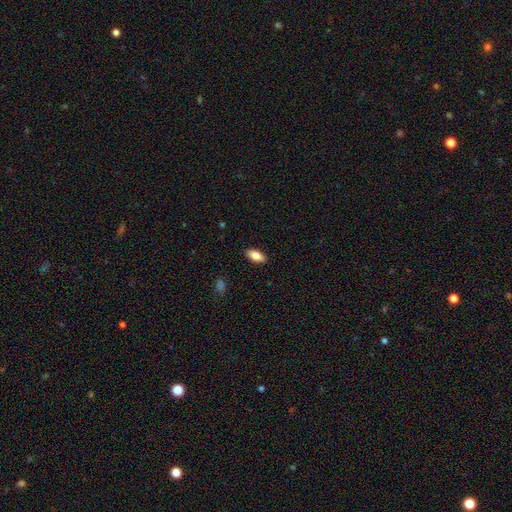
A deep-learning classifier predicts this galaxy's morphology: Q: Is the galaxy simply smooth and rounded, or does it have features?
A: smooth — 82%.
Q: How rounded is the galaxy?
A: in between — 87%.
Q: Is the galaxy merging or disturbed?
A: none — 89%.